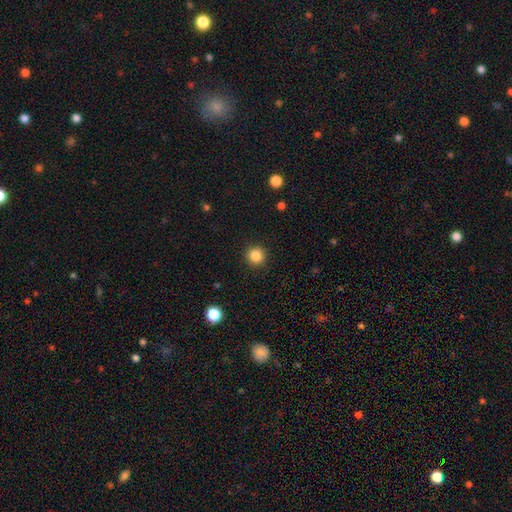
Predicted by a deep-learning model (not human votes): Smooth or featured? smooth (85%)
How rounded? round (95%)
Merging? none (91%)